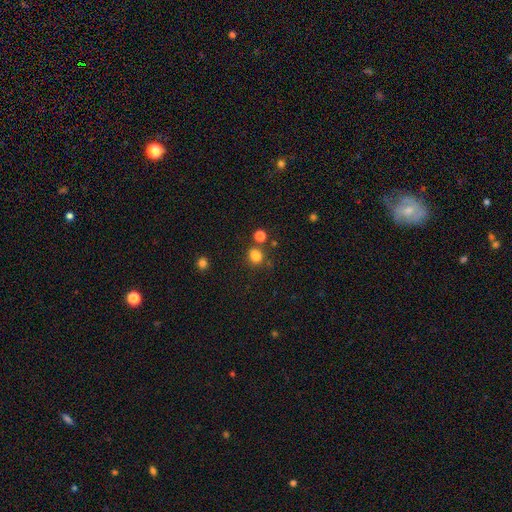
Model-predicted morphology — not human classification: type=smooth (80%); roundness=round (65%); merging=none (70%).